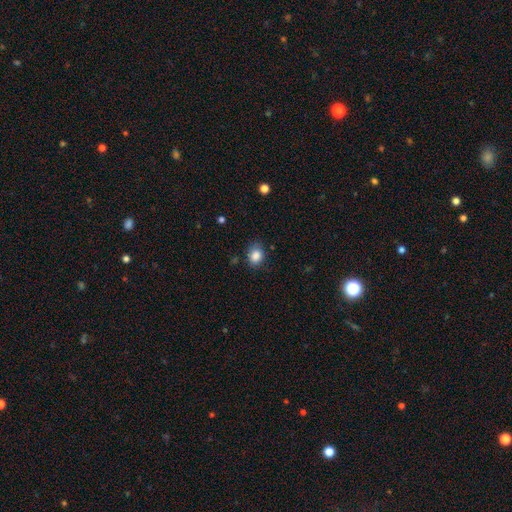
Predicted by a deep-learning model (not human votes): Overall: smooth (86%). How rounded: in between (54%; round 45%). Merging: none (75%).